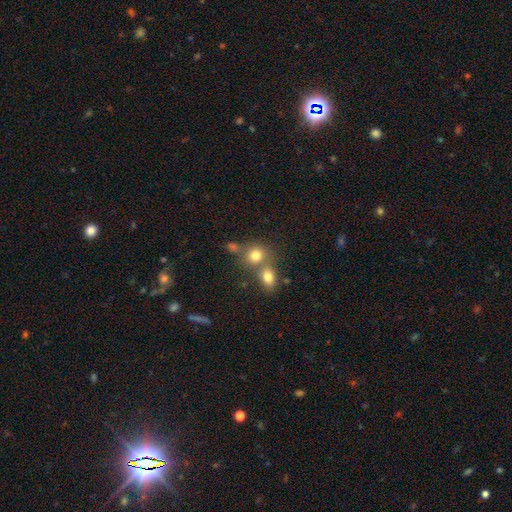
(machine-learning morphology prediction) Smooth or featured?
  - smooth: 77% *
  - star or artifact: 12%
  - featured or disk: 10%
How rounded?
  - round: 74% *
  - in between: 25%
  - cigar-shaped: 1%
Merging?
  - merger: 44% * (tied)
  - none: 44% * (tied)
  - minor disturbance: 8%
  - major disturbance: 4%